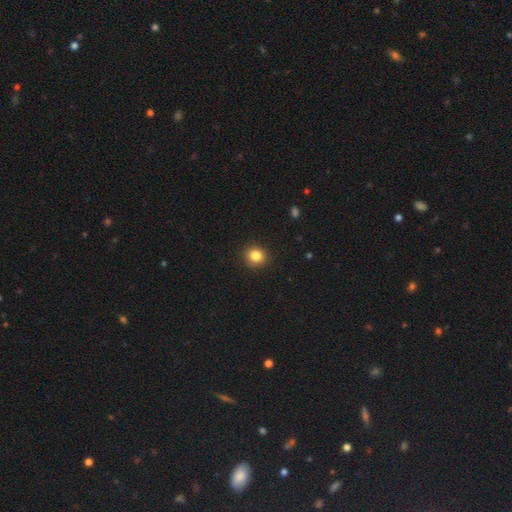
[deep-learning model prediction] smooth_or_featured: smooth (p=0.84) [alt: star or artifact p=0.11]
how_rounded: round (p=0.89) [alt: in between p=0.10]
merging: none (p=0.91) [alt: minor disturbance p=0.06]